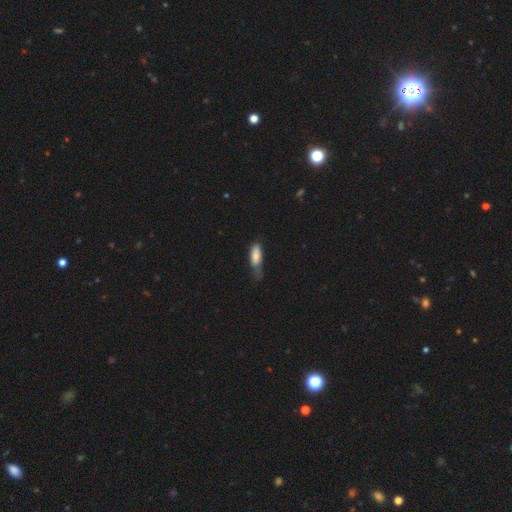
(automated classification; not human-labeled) Smooth or featured?
  - smooth: 79% *
  - featured or disk: 13%
  - star or artifact: 7%
How rounded?
  - in between: 66% *
  - cigar-shaped: 32%
  - round: 2%
Merging?
  - minor disturbance: 41% *
  - none: 35%
  - major disturbance: 21%
  - merger: 3%